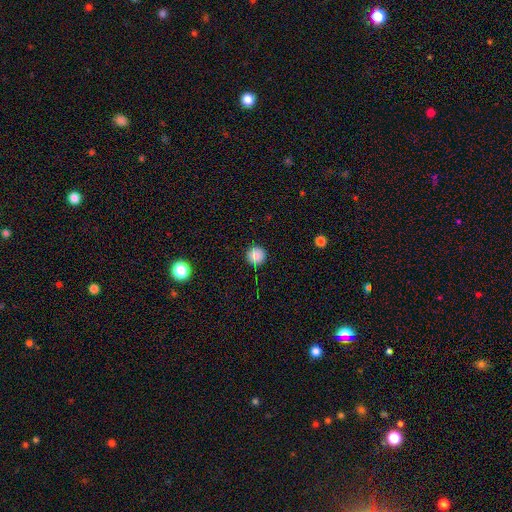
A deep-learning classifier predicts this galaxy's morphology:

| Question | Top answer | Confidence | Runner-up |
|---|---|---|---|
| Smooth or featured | smooth | 87% | star or artifact (10%) |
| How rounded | round | 96% | in between (3%) |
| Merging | none | 91% | minor disturbance (6%) |